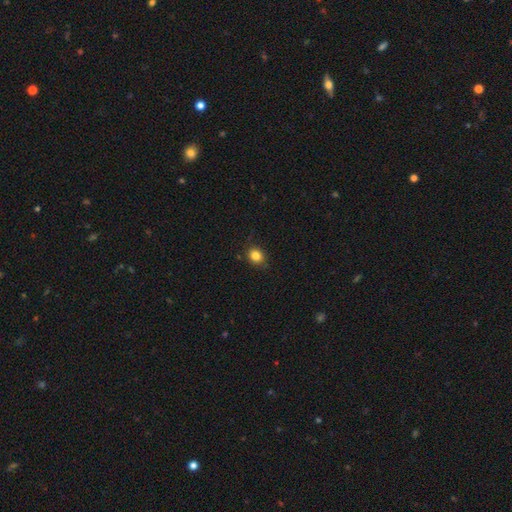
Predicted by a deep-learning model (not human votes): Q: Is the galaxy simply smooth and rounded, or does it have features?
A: smooth — 84%.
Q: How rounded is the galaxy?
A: round — 61%.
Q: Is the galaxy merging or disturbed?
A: none — 83%.